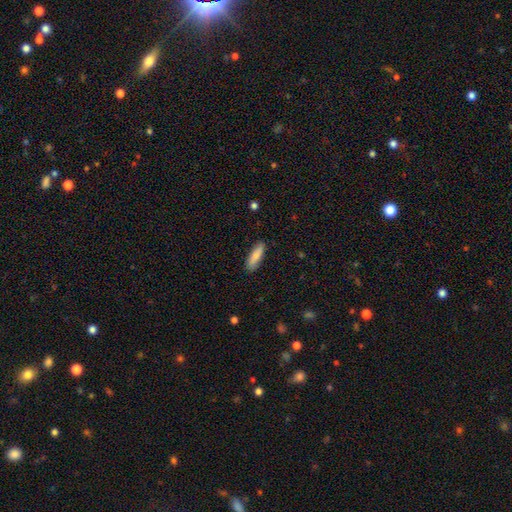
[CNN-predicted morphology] smooth 81%, featured or disk 13%, star or artifact 6%. Down the decision tree: how rounded — cigar-shaped (60%); merging — none (85%).